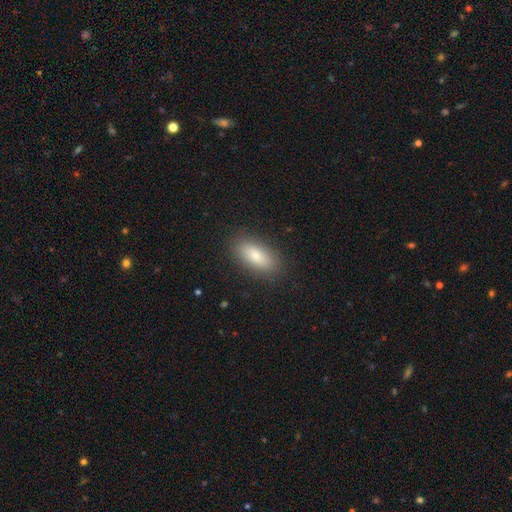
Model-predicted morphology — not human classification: A smooth galaxy with no disk features (80%) that is in between round and cigar-shaped (84%). Merging: none (86%).